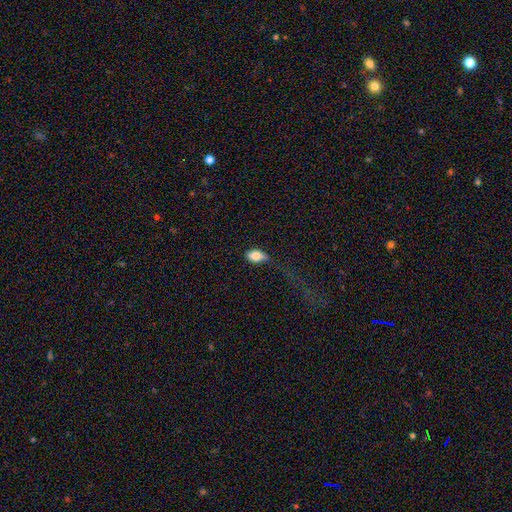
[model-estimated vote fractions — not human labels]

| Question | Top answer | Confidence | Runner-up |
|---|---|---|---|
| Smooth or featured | smooth | 82% | featured or disk (10%) |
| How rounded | in between | 89% | round (7%) |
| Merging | none | 47% | minor disturbance (30%) |